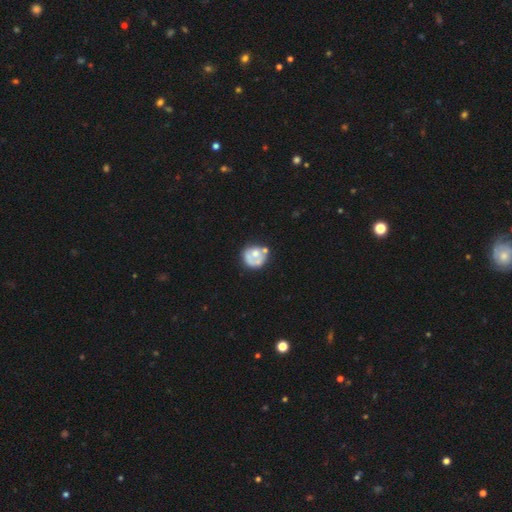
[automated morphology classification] This appears to be a smooth galaxy with no disk features (48%). Merging: none (47%).